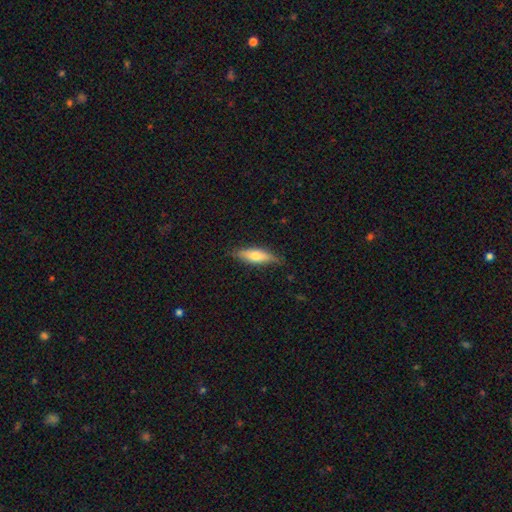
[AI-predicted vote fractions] Smooth or featured? smooth (59%)
How rounded? cigar-shaped (53%)
Merging? none (79%)